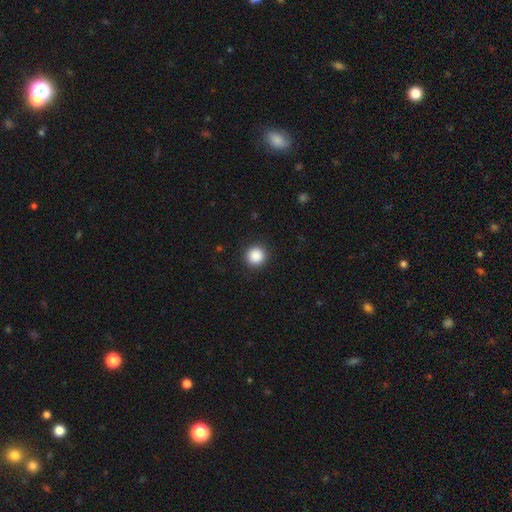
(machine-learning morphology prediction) The model was most divided on "smooth or featured": smooth: 88%, star or artifact: 9%, featured or disk: 3%. More confident: how rounded — round (95%); merging — none (91%).